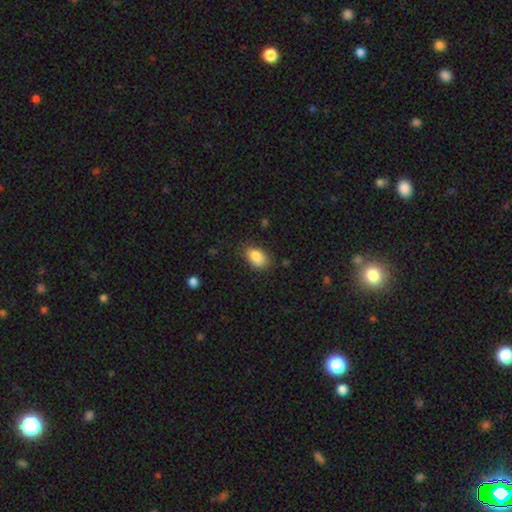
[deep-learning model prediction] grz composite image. It shows a smooth galaxy with no disk features (85%) that is in between round and cigar-shaped (85%). Merging: none (73%).